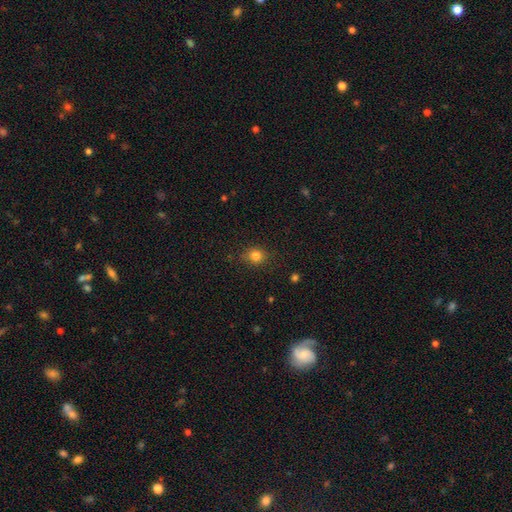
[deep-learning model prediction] Smooth or featured?
  - smooth: 81% *
  - star or artifact: 12%
  - featured or disk: 6%
How rounded?
  - round: 71% *
  - in between: 28%
  - cigar-shaped: 1%
Merging?
  - none: 82% *
  - minor disturbance: 14%
  - major disturbance: 3%
  - merger: 1%